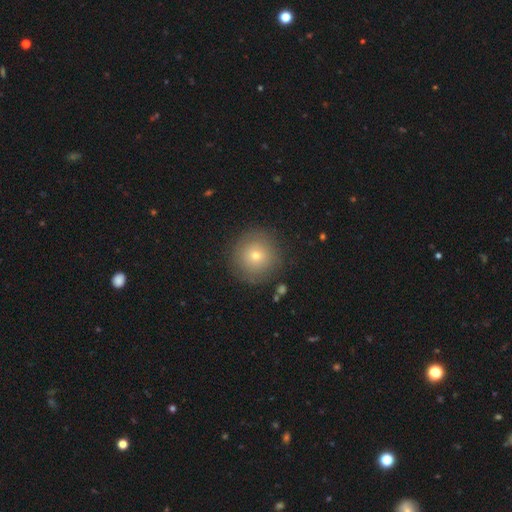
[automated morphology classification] smooth_or_featured: smooth (p=0.71) [alt: featured or disk p=0.16]
how_rounded: round (p=0.95) [alt: in between p=0.04]
merging: none (p=0.87) [alt: minor disturbance p=0.08]